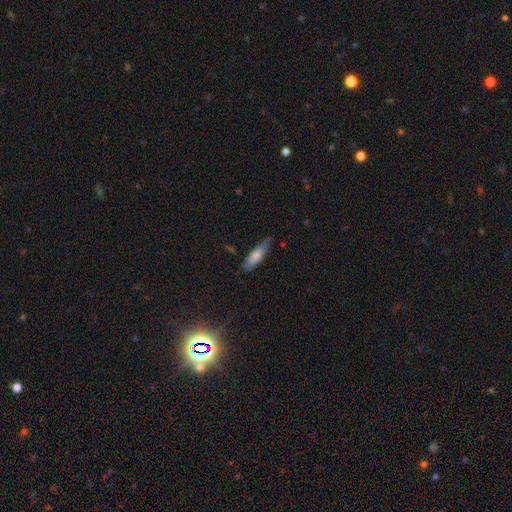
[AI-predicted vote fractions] This is likely a smooth galaxy (75%). How rounded: possibly cigar-shaped (53%). Merging: likely none (73%).